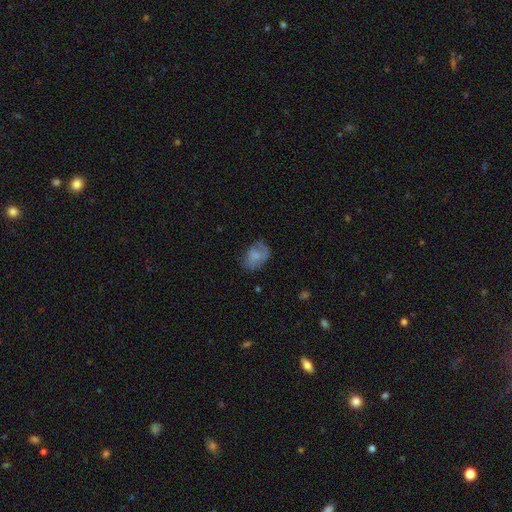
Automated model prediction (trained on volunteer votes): Q: Smooth or featured?
A: smooth (69%); runner-up: featured or disk (23%)
Q: How rounded?
A: in between (78%); runner-up: round (21%)
Q: Merging?
A: none (56%); runner-up: minor disturbance (28%)